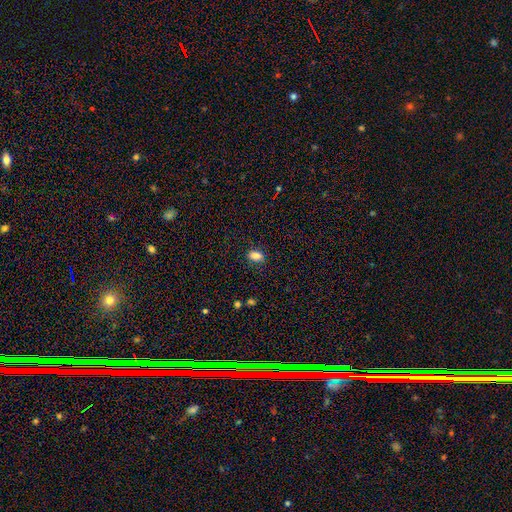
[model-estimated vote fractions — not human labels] smooth-or-featured: smooth: 83% | star or artifact: 10% | featured or disk: 6%
  how-rounded: in between: 83% | round: 15% | cigar-shaped: 3%
  merging: none: 82% | minor disturbance: 13% | major disturbance: 3% | merger: 1%